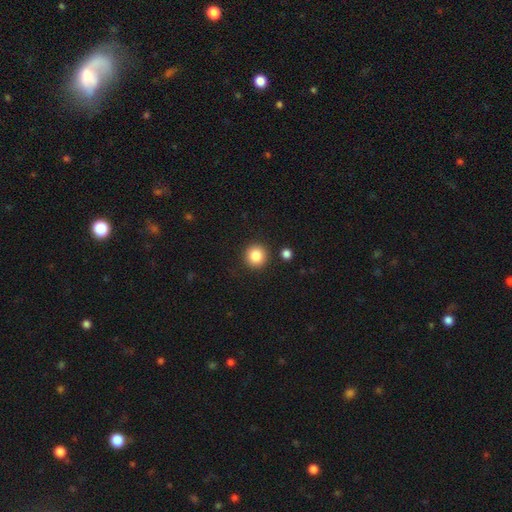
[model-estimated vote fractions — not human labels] smooth 86%, star or artifact 10%, featured or disk 5%. Down the decision tree: how rounded — round (94%); merging — none (89%).